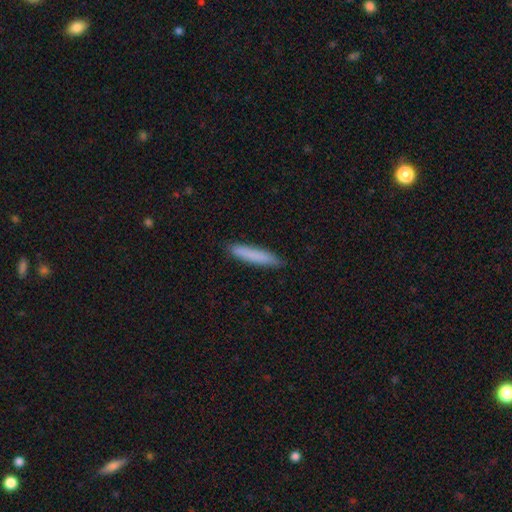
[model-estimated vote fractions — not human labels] This is clearly a smooth galaxy (83%). How rounded: clearly cigar-shaped (88%). Merging: clearly none (86%).